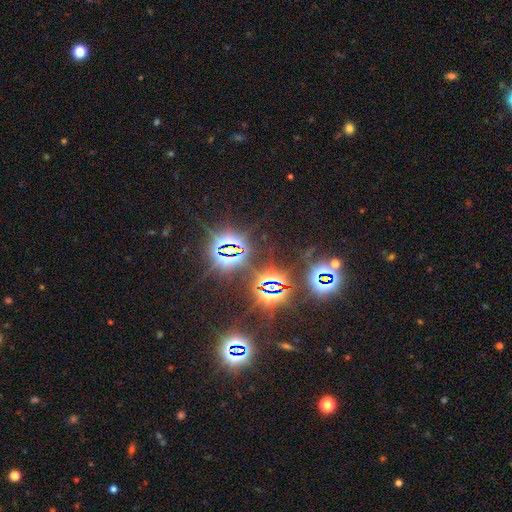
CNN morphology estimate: smooth_or_featured: star or artifact (p=0.81) [alt: smooth p=0.12]